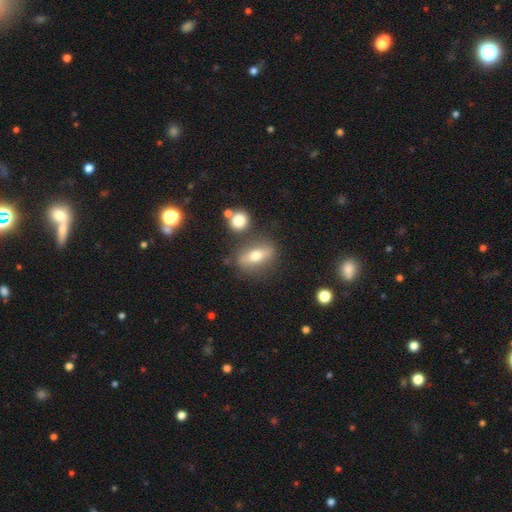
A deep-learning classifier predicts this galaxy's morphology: smooth 54%, featured or disk 37%, star or artifact 9%. Down the decision tree: how rounded — in between (60%); merging — none (76%).